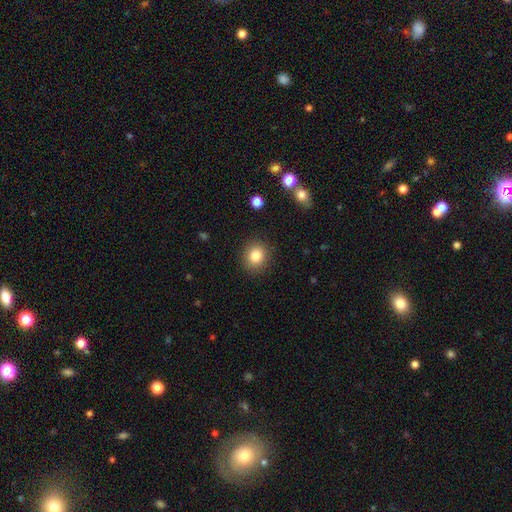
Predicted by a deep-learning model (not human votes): Smooth or featured? smooth (82%)
How rounded? round (81%)
Merging? none (89%)